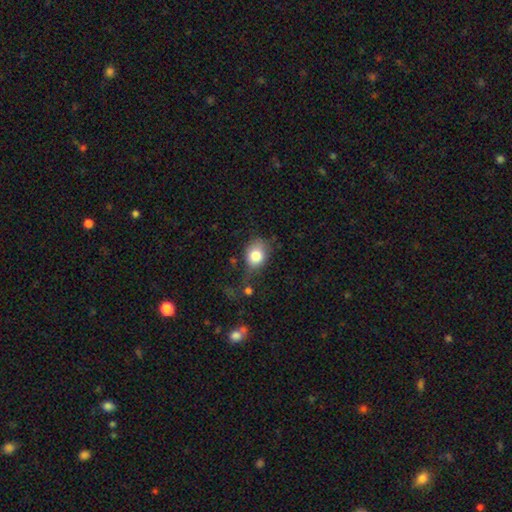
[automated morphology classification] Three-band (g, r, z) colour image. It shows a smooth galaxy with no disk features (81%) that is round (53%). Merging: none (48%).